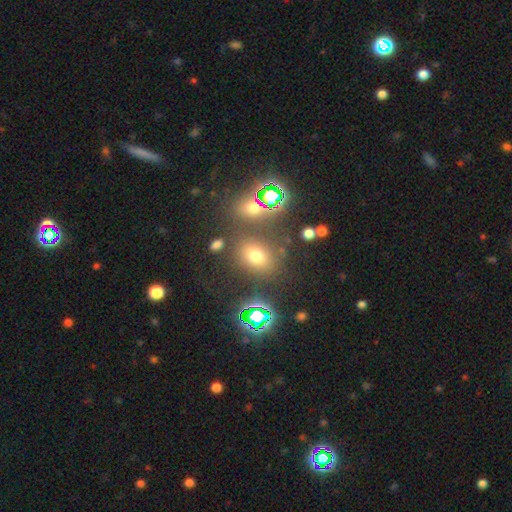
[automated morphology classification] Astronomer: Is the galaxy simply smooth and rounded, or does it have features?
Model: smooth — 60%.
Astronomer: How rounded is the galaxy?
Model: in between — 58% (runner-up: round, 40%).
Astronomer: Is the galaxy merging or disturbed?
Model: none — 75%.